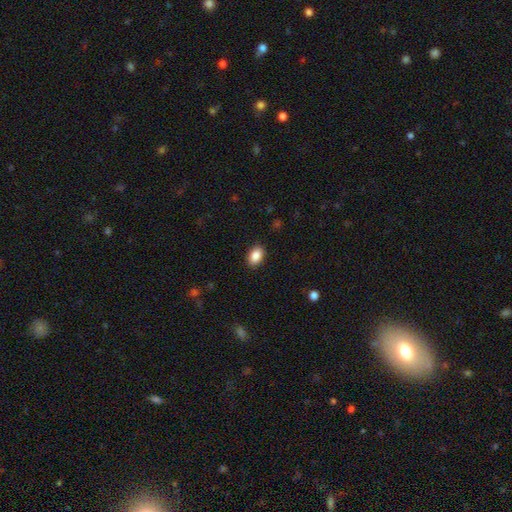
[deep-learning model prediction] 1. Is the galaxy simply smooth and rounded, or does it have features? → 88% smooth, 8% star or artifact, 4% featured or disk.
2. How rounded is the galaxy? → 87% in between, 12% round, 1% cigar-shaped.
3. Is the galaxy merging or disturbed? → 90% none, 7% minor disturbance, 2% major disturbance, 1% merger.